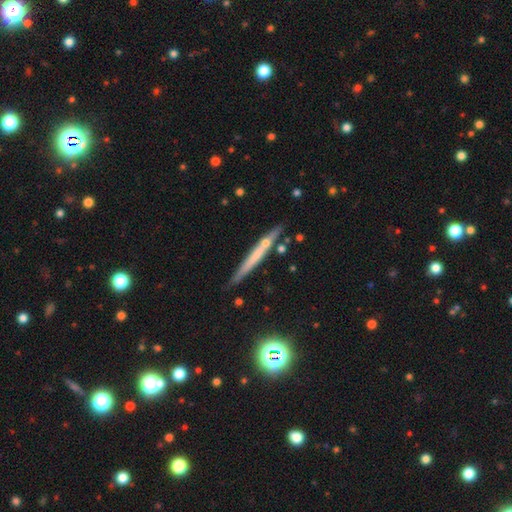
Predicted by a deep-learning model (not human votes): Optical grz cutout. It shows a featured or disk galaxy (50%). Merging: none (77%).